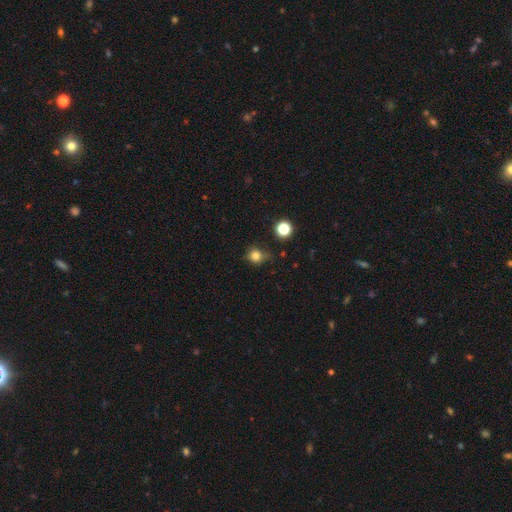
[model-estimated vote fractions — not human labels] Q: Smooth or featured?
A: smooth (80%); runner-up: star or artifact (14%)
Q: How rounded?
A: round (85%); runner-up: in between (14%)
Q: Merging?
A: none (67%); runner-up: minor disturbance (24%)